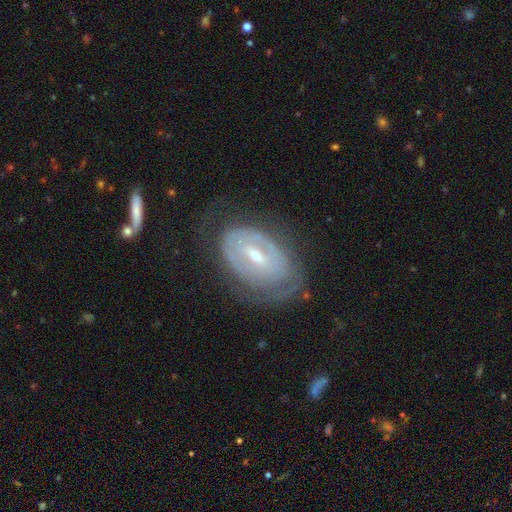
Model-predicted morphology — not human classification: Overall: featured or disk (78%). Edge-on disk: no (93%). Bar: weak (47%; strong 29%). Spiral arms: yes (70%; no 30%). Spiral arm count: can't tell (48%; 2 33%). Spiral winding: tight (68%). Bulge size: small (50%; moderate 46%). Merging: none (60%; minor disturbance 22%).